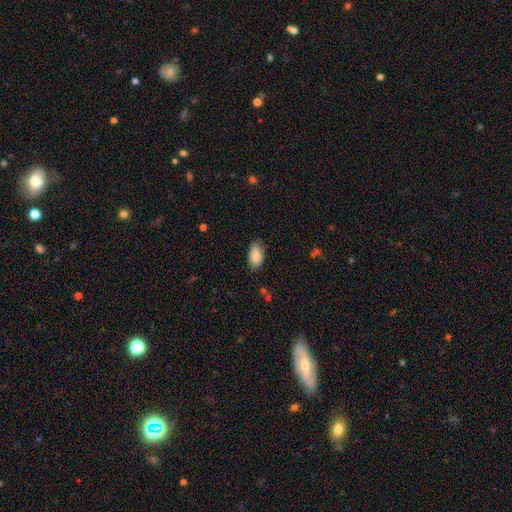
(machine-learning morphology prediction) The model was most divided on "merging": none: 77%, minor disturbance: 18%, major disturbance: 3%, merger: 1%. More confident: how rounded — in between (94%); smooth or featured — smooth (86%).